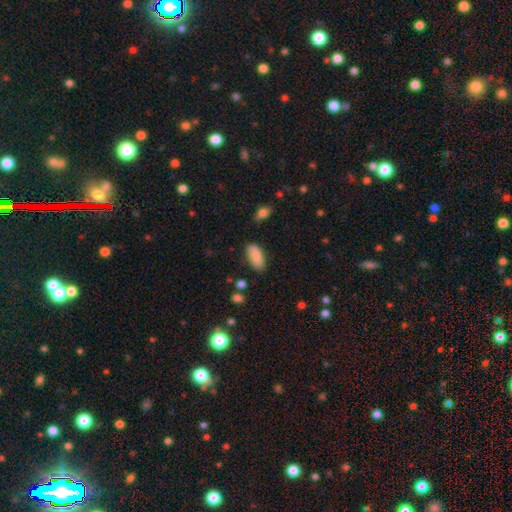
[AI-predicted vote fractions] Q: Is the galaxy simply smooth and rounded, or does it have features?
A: smooth — 85%.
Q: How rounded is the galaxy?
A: in between — 88%.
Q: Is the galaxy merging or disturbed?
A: none — 74%.